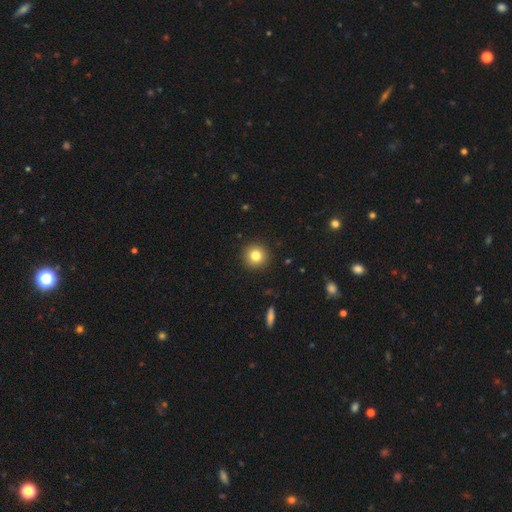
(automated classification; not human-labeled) smooth_or_featured: smooth (p=0.81) [alt: star or artifact p=0.11]
how_rounded: round (p=0.94) [alt: in between p=0.05]
merging: none (p=0.92) [alt: minor disturbance p=0.05]